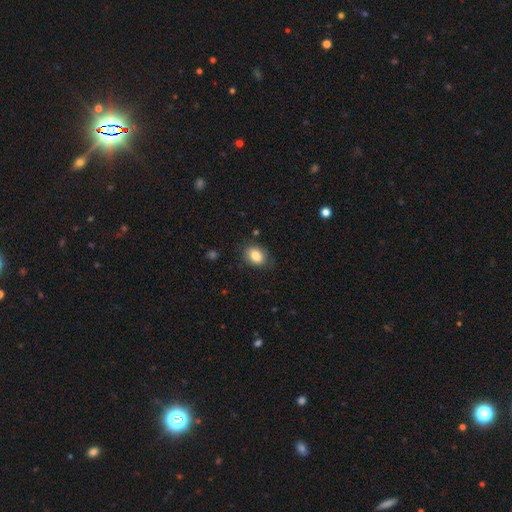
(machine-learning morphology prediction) smooth_or_featured: smooth (p=0.84) [alt: star or artifact p=0.09]
how_rounded: in between (p=0.64) [alt: round p=0.35]
merging: none (p=0.81) [alt: minor disturbance p=0.14]